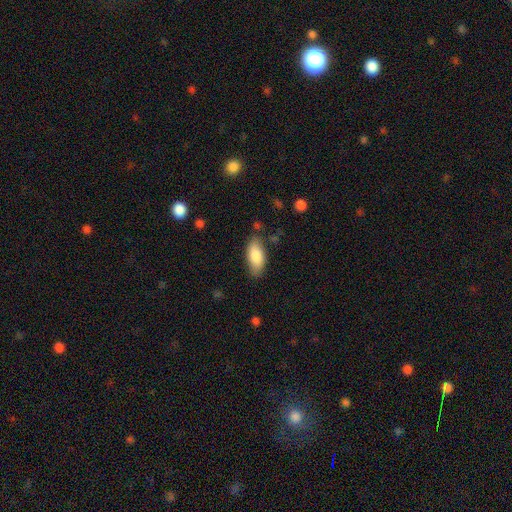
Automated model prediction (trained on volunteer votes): smooth 84%, featured or disk 10%, star or artifact 6%. Down the decision tree: how rounded — in between (86%); merging — none (77%).